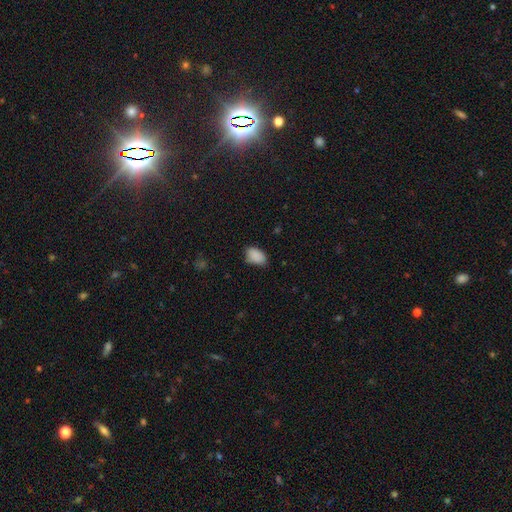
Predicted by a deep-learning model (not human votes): Smooth or featured: smooth — 88% (star or artifact — 8%)
How rounded: in between — 90% (round — 9%)
Merging: none — 67% (minor disturbance — 27%)